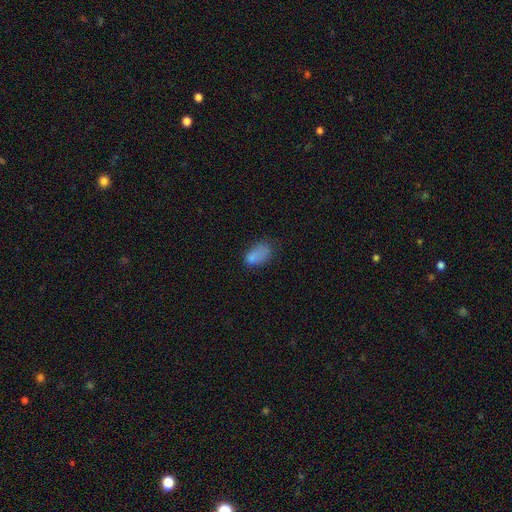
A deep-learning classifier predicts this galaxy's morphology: Q: Smooth or featured?
A: smooth (75%); runner-up: featured or disk (13%)
Q: How rounded?
A: in between (90%); runner-up: round (8%)
Q: Merging?
A: none (41%); runner-up: minor disturbance (31%)